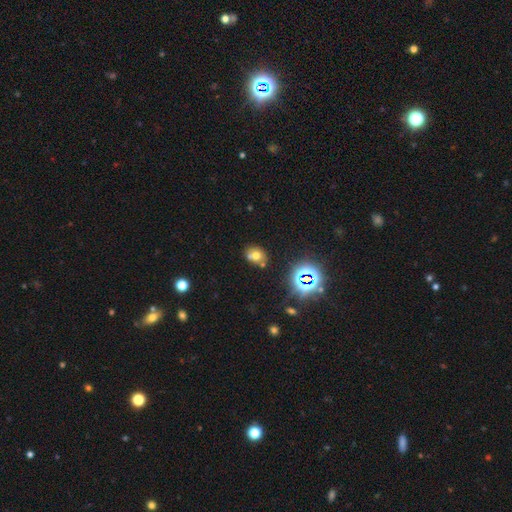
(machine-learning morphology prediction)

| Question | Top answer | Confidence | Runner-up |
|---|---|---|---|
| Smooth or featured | smooth | 61% | star or artifact (22%) |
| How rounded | round | 54% | in between (45%) |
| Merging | none | 56% | merger (25%) |